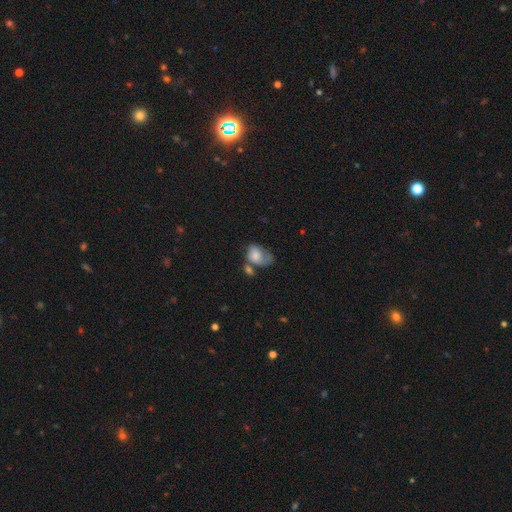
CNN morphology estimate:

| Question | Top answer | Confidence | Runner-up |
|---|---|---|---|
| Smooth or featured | smooth | 64% | featured or disk (27%) |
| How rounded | in between | 74% | round (25%) |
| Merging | merger | 28% | major disturbance (26%) |